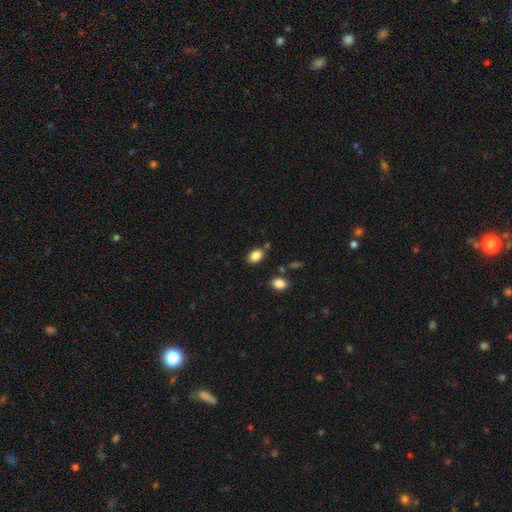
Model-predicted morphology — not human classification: A smooth galaxy with no disk features (86%) that is in between round and cigar-shaped (81%).

Vote fractions:
- Smooth or featured? smooth: 86% / star or artifact: 9% / featured or disk: 5%
- How rounded? in between: 81% / round: 18% / cigar-shaped: 1%
- Merging? none: 79% / minor disturbance: 12% / merger: 6% / major disturbance: 3%